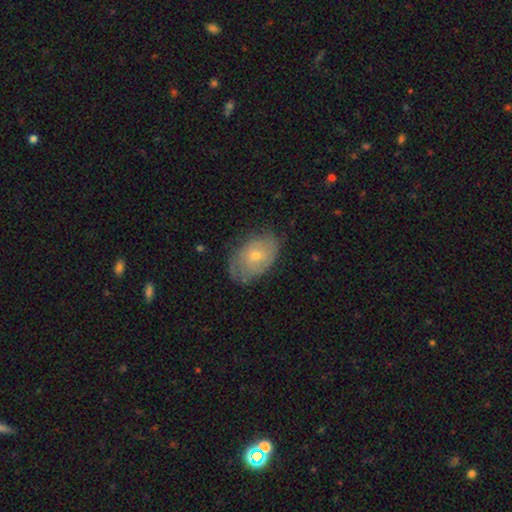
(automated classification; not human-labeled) This is possibly a featured or disk galaxy (48%). Merging: likely none (67%).